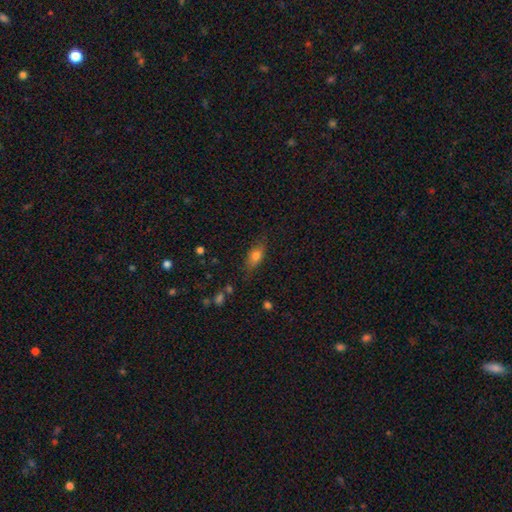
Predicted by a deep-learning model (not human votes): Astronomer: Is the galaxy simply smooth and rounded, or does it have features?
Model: smooth — 75%.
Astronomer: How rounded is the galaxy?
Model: in between — 80%.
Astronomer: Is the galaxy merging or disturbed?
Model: none — 77%.